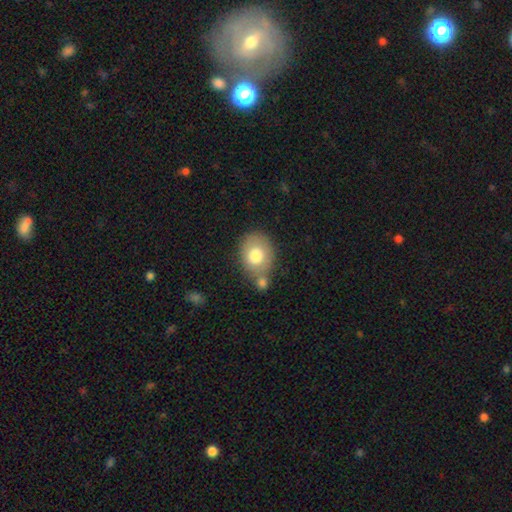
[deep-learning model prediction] A smooth galaxy with no disk features (76%) that is in between round and cigar-shaped (52%). Merging: none (48%).